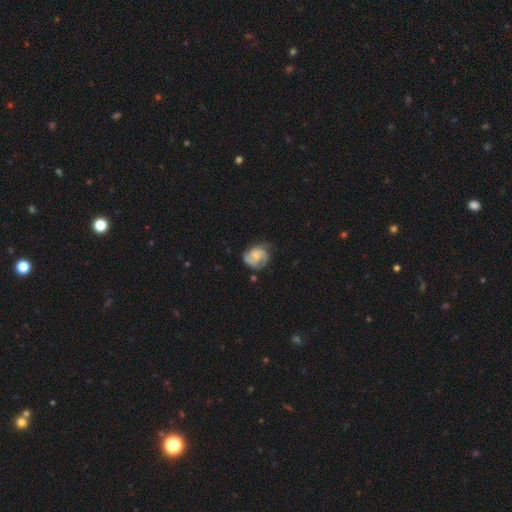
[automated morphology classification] A featured or disk galaxy (66%) with no bar (61%), 2 (52%) medium (43%) spiral arms (92%) and a small central bulge (36%).

Vote fractions:
- Smooth or featured? featured or disk: 66% / smooth: 28% / star or artifact: 7%
- Edge-on disk? no: 98% / yes: 2%
- Bar? no: 61% / weak: 33% / strong: 6%
- Spiral arms? yes: 92% / no: 8%
- Spiral winding? medium: 43% / tight: 40% / loose: 17%
- Spiral arm count? 2: 52% / 3: 22% / can't tell: 15% / 1: 6% / 4: 3% / more than 4: 2%
- Bulge size? small: 36% / none: 30% / moderate: 26% / large: 6% / dominant: 2%
- Merging? none: 62% / minor disturbance: 24% / major disturbance: 11% / merger: 2%